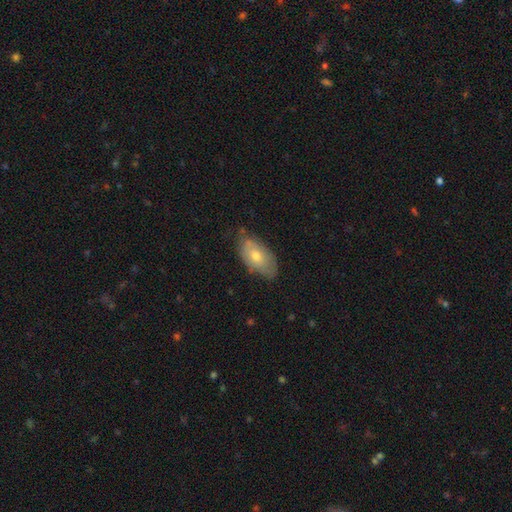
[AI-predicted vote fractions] A smooth galaxy with no disk features (62%) that is in between round and cigar-shaped (92%).

Vote fractions:
- Smooth or featured? smooth: 62% / featured or disk: 31% / star or artifact: 7%
- How rounded? in between: 92% / round: 4% / cigar-shaped: 4%
- Merging? none: 68% / minor disturbance: 26% / major disturbance: 4% / merger: 2%